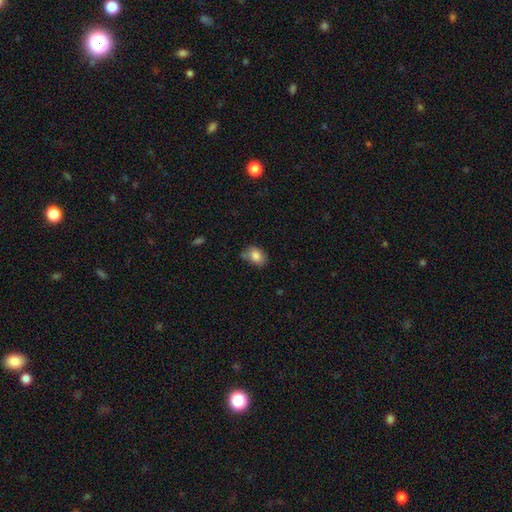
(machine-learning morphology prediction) A smooth galaxy with no disk features (83%) that is in between round and cigar-shaped (76%).

Vote fractions:
- Smooth or featured? smooth: 83% / featured or disk: 9% / star or artifact: 9%
- How rounded? in between: 76% / round: 23% / cigar-shaped: 1%
- Merging? none: 64% / minor disturbance: 25% / merger: 6% / major disturbance: 5%